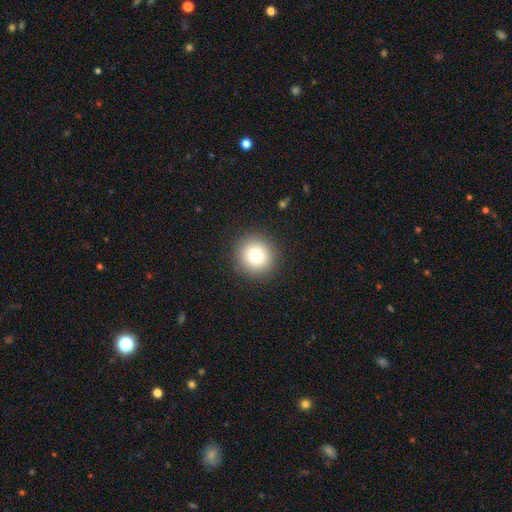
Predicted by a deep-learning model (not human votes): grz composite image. It shows a smooth galaxy with no disk features (79%) that is round (90%). Merging: none (90%).